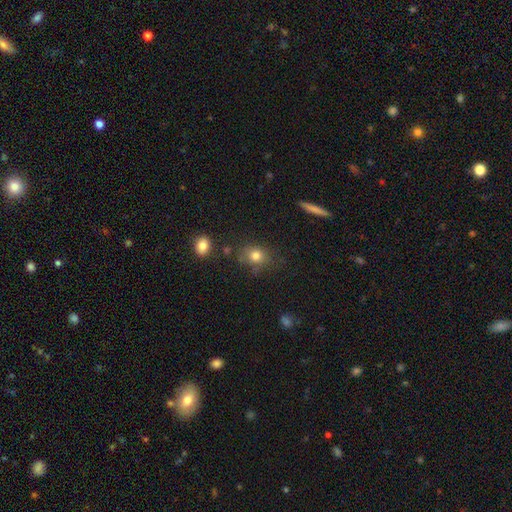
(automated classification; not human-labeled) Morphology: type=smooth (79%); roundness=round (59%); merging=none (72%).